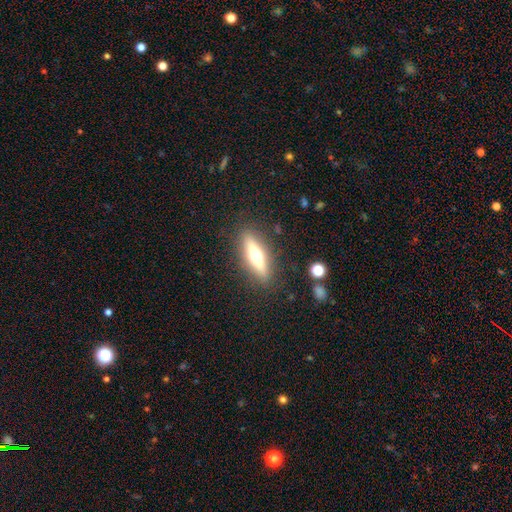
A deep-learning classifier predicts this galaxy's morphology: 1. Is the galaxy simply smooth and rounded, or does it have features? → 52% featured or disk, 41% smooth, 7% star or artifact.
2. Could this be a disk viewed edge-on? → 88% yes, 12% no.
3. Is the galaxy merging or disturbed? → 87% none, 9% minor disturbance, 3% major disturbance, 1% merger.